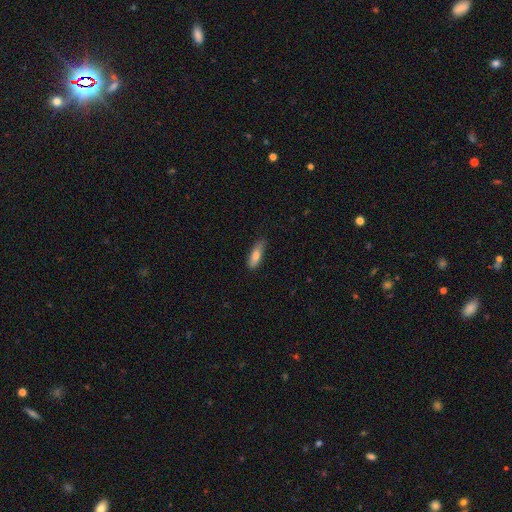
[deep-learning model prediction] Overall: smooth (78%). How rounded: in between (57%; cigar-shaped 41%). Merging: none (74%).